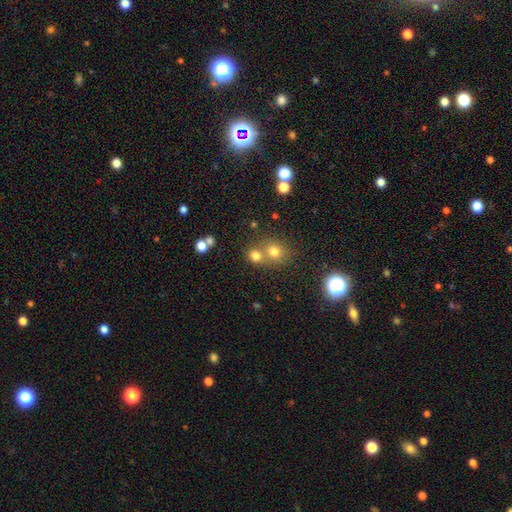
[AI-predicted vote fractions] Smooth or featured?
  - smooth: 73% *
  - star or artifact: 17%
  - featured or disk: 9%
How rounded?
  - round: 79% *
  - in between: 19%
  - cigar-shaped: 1%
Merging?
  - none: 49% *
  - merger: 41%
  - minor disturbance: 7%
  - major disturbance: 3%